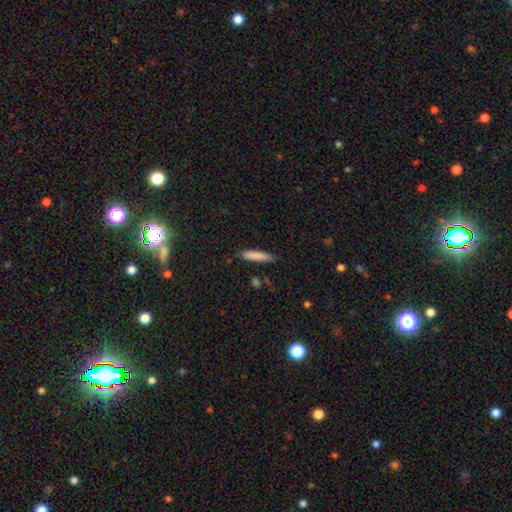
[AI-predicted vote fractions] Smooth or featured? smooth (82%)
How rounded? cigar-shaped (87%)
Merging? none (84%)